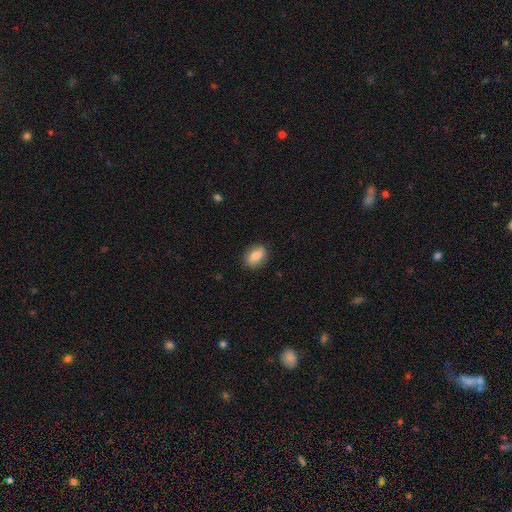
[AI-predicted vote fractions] Overall: smooth (76%). How rounded: in between (72%). Merging: none (86%).